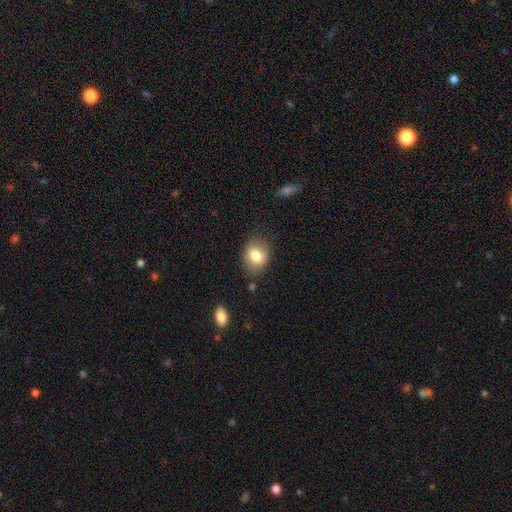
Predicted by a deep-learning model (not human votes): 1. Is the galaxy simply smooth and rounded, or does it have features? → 80% smooth, 12% featured or disk, 9% star or artifact.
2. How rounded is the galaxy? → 55% in between, 44% round, 1% cigar-shaped.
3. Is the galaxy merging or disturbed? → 79% none, 15% minor disturbance, 4% major disturbance, 2% merger.